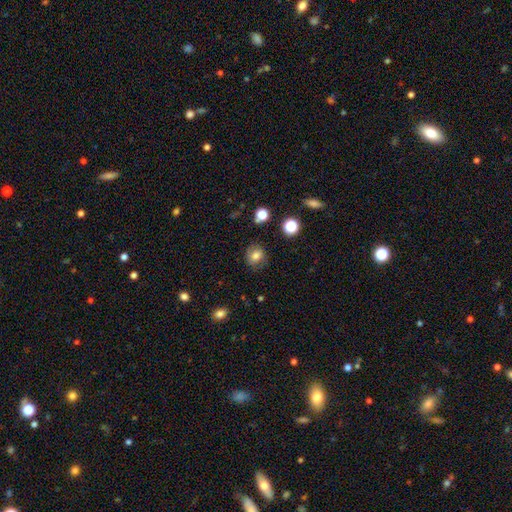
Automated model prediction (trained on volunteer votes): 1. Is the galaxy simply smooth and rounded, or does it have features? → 74% smooth, 13% star or artifact, 12% featured or disk.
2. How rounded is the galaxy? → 70% round, 29% in between, 1% cigar-shaped.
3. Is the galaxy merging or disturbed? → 79% none, 14% minor disturbance, 5% major disturbance, 2% merger.